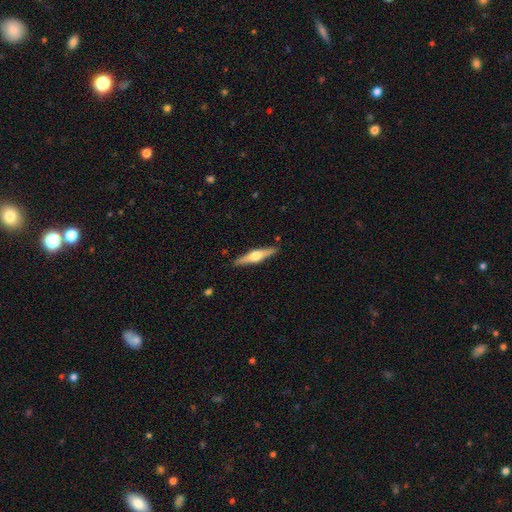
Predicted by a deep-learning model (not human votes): This appears to be a featured or disk galaxy (69%) viewed edge-on (97%) with a rounded central bulge (94%). Merging: none (90%).